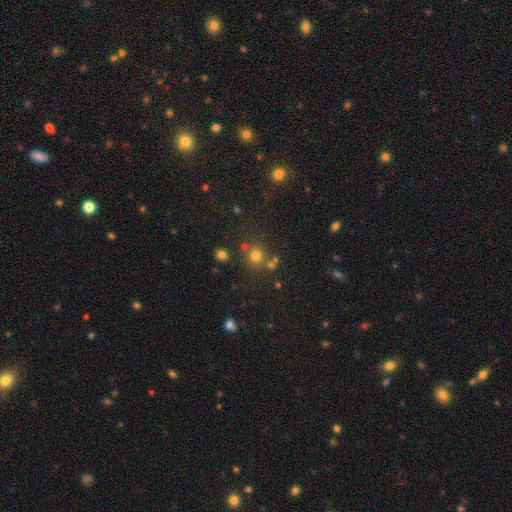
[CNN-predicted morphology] smooth-or-featured: smooth: 72% | star or artifact: 20% | featured or disk: 8%
  how-rounded: round: 89% | in between: 10% | cigar-shaped: 1%
  merging: none: 73% | merger: 14% | minor disturbance: 9% | major disturbance: 4%